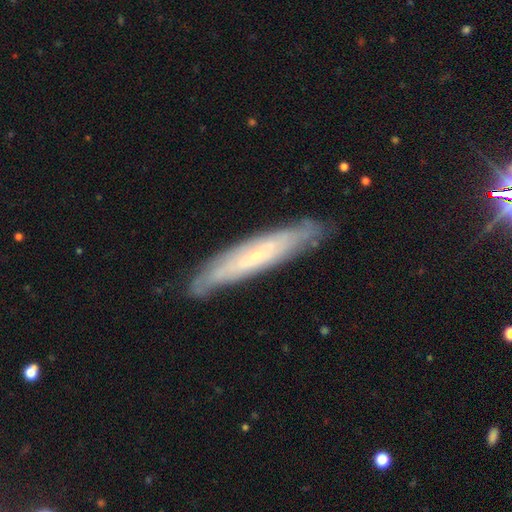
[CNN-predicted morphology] smooth-or-featured: featured or disk: 65% | smooth: 29% | star or artifact: 6%
  disk-edge-on: yes: 59% | no: 41%
  merging: none: 84% | minor disturbance: 13% | major disturbance: 2% | merger: 1%